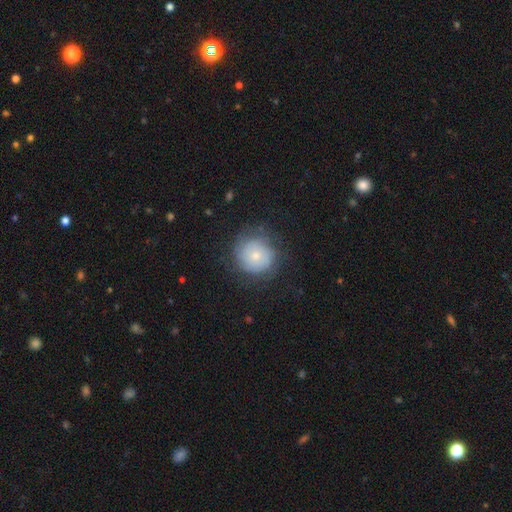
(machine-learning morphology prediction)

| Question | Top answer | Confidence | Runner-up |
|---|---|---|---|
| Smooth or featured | smooth | 60% | featured or disk (32%) |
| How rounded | round | 92% | in between (7%) |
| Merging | none | 74% | minor disturbance (17%) |